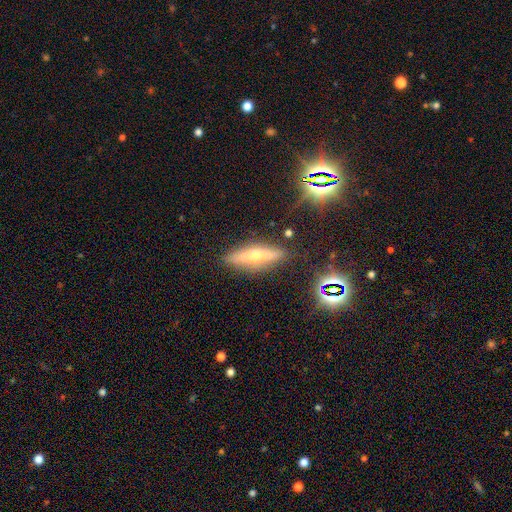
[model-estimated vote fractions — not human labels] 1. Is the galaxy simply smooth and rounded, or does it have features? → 54% featured or disk, 33% smooth, 13% star or artifact.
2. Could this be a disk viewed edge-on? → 90% yes, 10% no.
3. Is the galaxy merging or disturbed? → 85% none, 10% minor disturbance, 3% major disturbance, 2% merger.